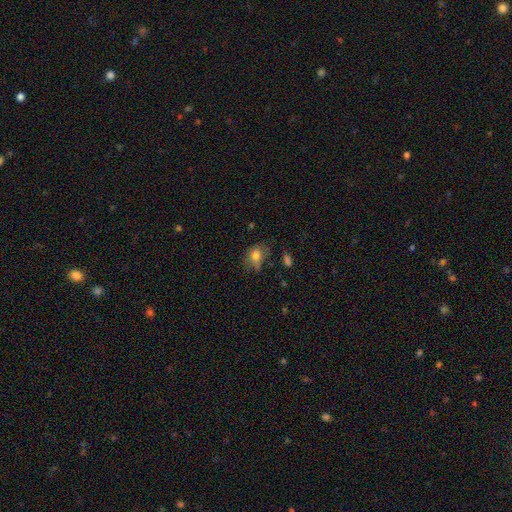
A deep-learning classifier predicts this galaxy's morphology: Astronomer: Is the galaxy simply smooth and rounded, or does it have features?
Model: smooth — 74%.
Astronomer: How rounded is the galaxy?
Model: in between — 58% (runner-up: round, 41%).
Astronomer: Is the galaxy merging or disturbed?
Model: none — 51% (runner-up: minor disturbance, 31%).